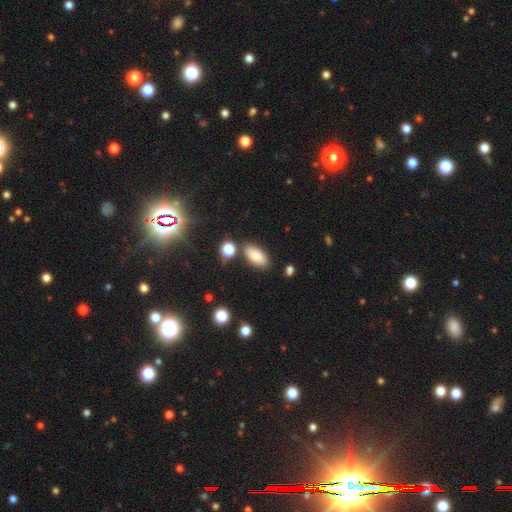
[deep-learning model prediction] Morphology: type=smooth (82%); roundness=in between (90%); merging=none (79%).